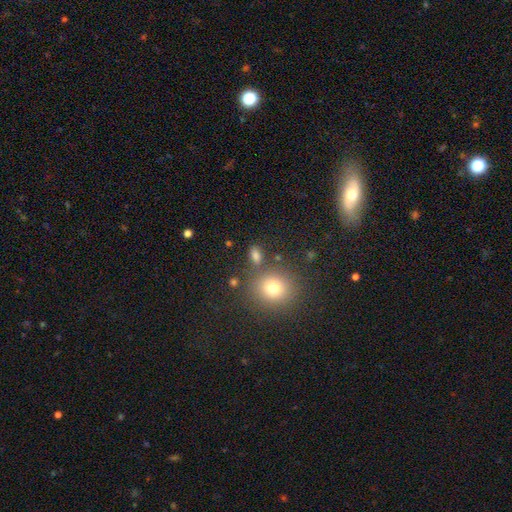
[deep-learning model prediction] This appears to be a smooth galaxy with no disk features (76%) that is in between round and cigar-shaped (73%). Merging: none (75%).